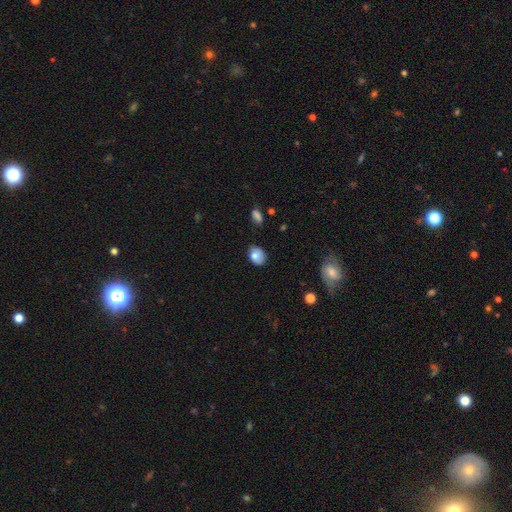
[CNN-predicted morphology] Overall: smooth (79%). How rounded: in between (64%; round 35%). Merging: none (71%).